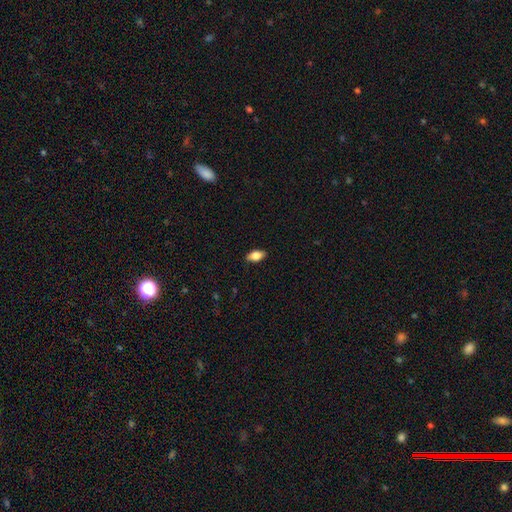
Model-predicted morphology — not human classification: Smooth or featured: smooth — 79% (featured or disk — 14%)
How rounded: in between — 89% (cigar-shaped — 7%)
Merging: none — 88% (minor disturbance — 9%)